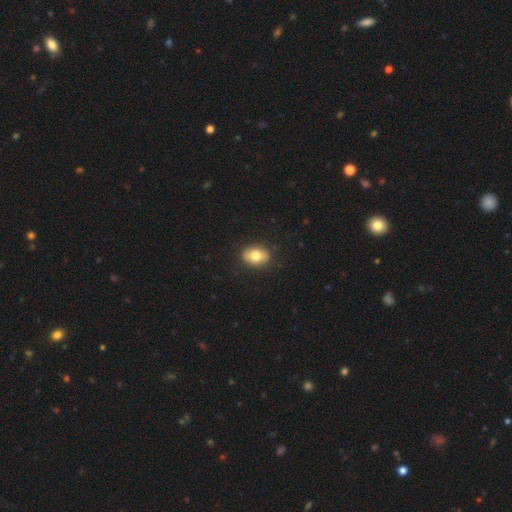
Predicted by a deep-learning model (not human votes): A smooth galaxy with no disk features (76%) that is in between round and cigar-shaped (75%). Merging: none (87%).